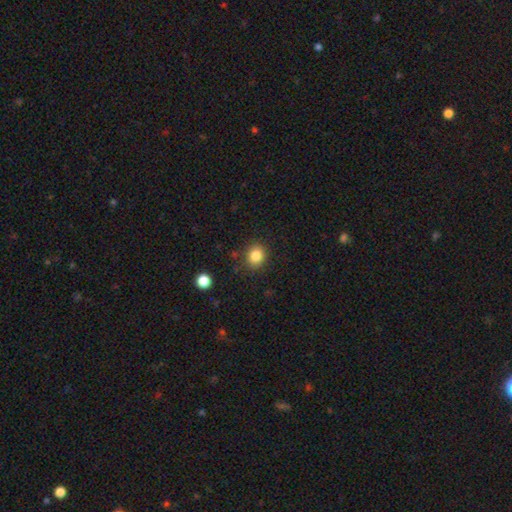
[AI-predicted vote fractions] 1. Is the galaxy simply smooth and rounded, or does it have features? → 84% smooth, 10% star or artifact, 5% featured or disk.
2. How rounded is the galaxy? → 69% round, 30% in between, 1% cigar-shaped.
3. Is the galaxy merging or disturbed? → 84% none, 10% minor disturbance, 3% major disturbance, 2% merger.